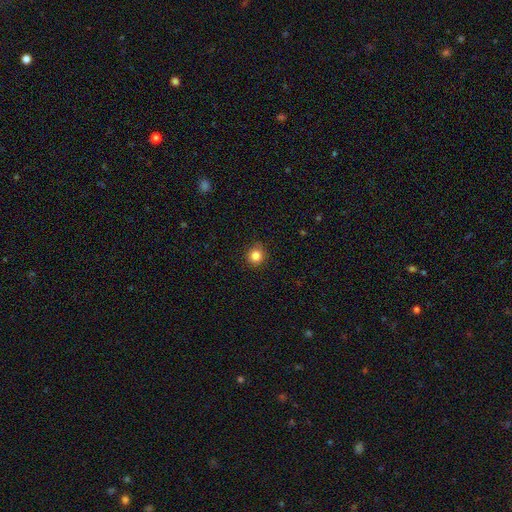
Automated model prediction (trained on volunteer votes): The model was most divided on "smooth or featured": smooth: 84%, star or artifact: 11%, featured or disk: 5%. More confident: how rounded — round (90%); merging — none (88%).